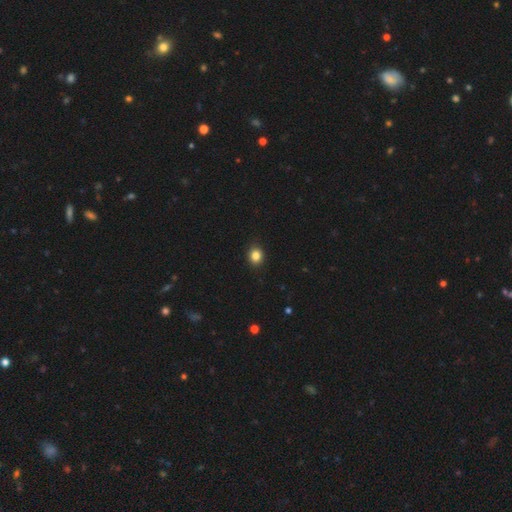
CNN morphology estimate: Q: Smooth or featured?
A: smooth (85%); runner-up: star or artifact (11%)
Q: How rounded?
A: round (71%); runner-up: in between (28%)
Q: Merging?
A: none (90%); runner-up: minor disturbance (7%)